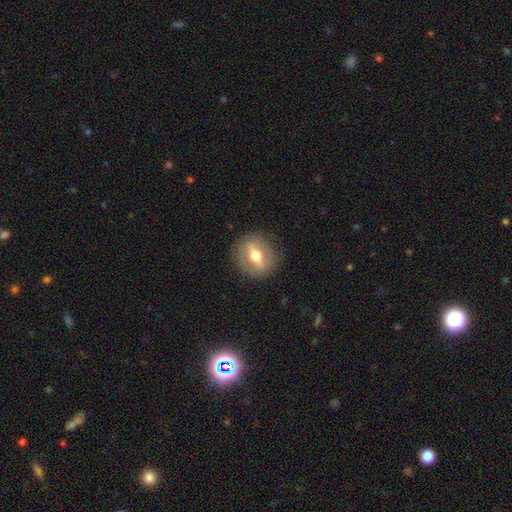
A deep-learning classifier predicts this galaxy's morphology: Smooth or featured?
  - featured or disk: 60% *
  - smooth: 33%
  - star or artifact: 7%
Edge-on disk?
  - no: 67% *
  - yes: 33%
Merging?
  - none: 85% *
  - minor disturbance: 10%
  - major disturbance: 4%
  - merger: 1%